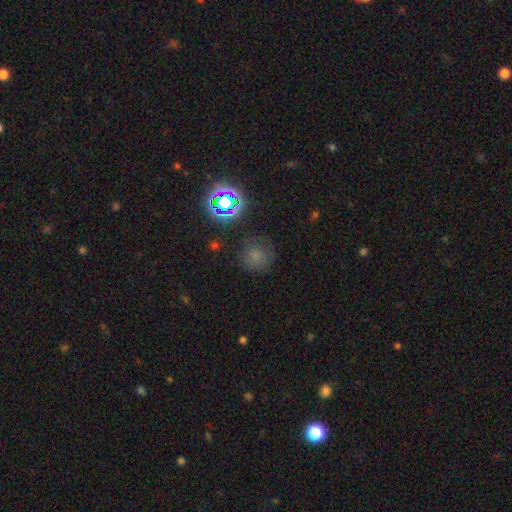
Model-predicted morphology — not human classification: The model was most divided on "smooth or featured": smooth: 65%, star or artifact: 26%, featured or disk: 9%. More confident: how rounded — round (90%); merging — none (76%).